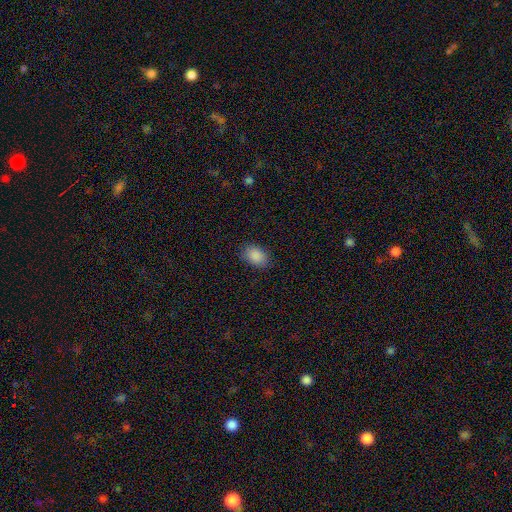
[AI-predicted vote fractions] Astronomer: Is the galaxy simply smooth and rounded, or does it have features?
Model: smooth — 89%.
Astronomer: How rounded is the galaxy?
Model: in between — 86%.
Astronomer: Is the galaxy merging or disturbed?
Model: none — 86%.